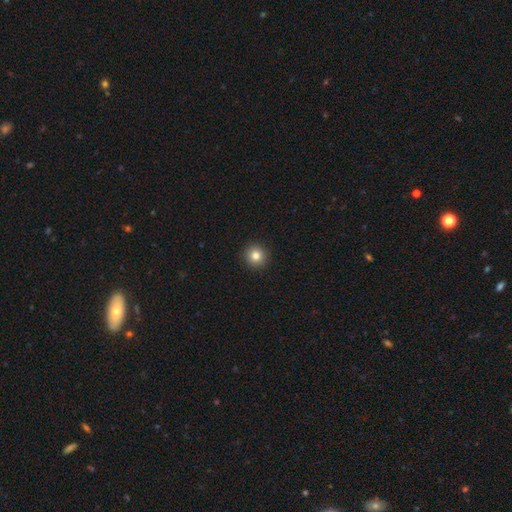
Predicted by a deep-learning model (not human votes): Smooth or featured? Predicted: smooth (p=0.82). How rounded? Predicted: round (p=0.94). Merging? Predicted: none (p=0.93).